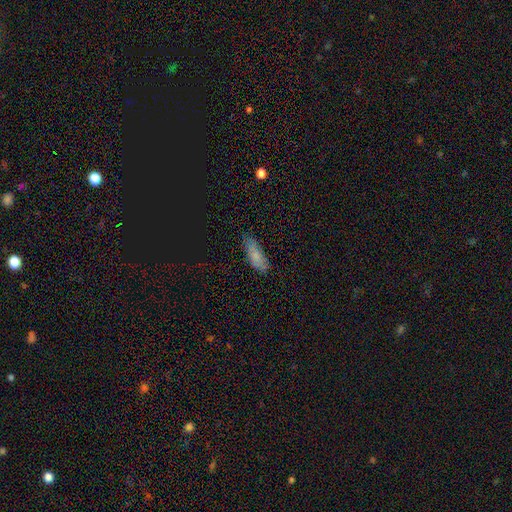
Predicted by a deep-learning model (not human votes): smooth 74%, featured or disk 16%, star or artifact 10%. Down the decision tree: how rounded — in between (68%); merging — none (72%).